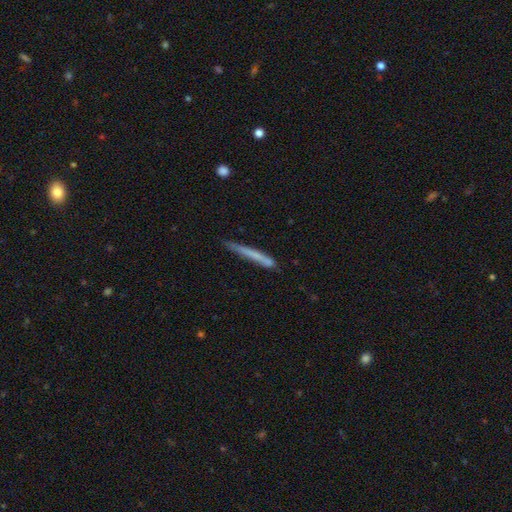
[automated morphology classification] smooth 61%, featured or disk 33%, star or artifact 7%. Down the decision tree: how rounded — cigar-shaped (97%); merging — none (75%).